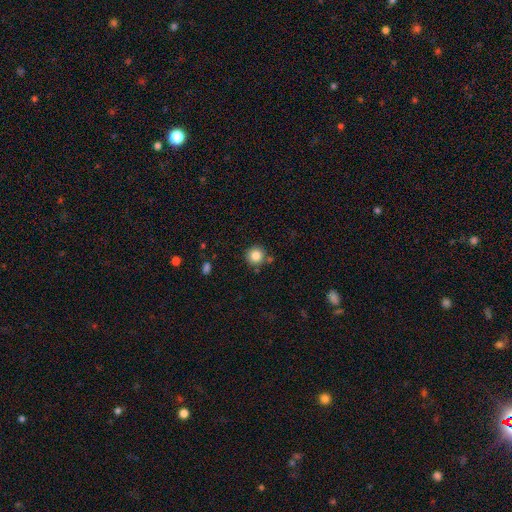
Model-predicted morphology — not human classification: A smooth galaxy with no disk features (85%) that is round (95%).

Vote fractions:
- Smooth or featured? smooth: 85% / star or artifact: 10% / featured or disk: 5%
- How rounded? round: 95% / in between: 5% / cigar-shaped: 1%
- Merging? none: 82% / minor disturbance: 8% / merger: 7% / major disturbance: 2%